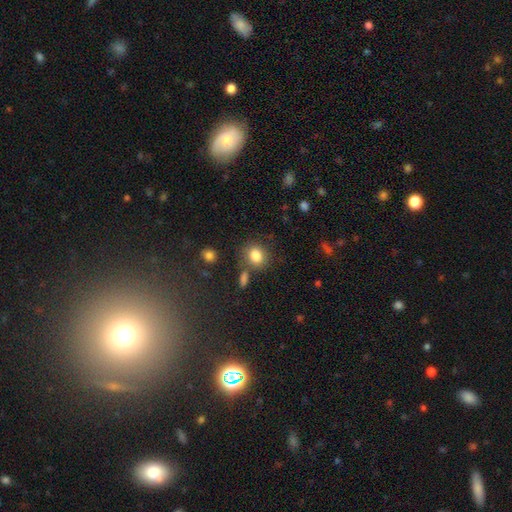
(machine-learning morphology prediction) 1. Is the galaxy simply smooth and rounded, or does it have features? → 84% smooth, 10% star or artifact, 7% featured or disk.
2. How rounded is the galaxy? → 68% round, 31% in between, 1% cigar-shaped.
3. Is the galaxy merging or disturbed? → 73% none, 13% minor disturbance, 10% merger, 5% major disturbance.